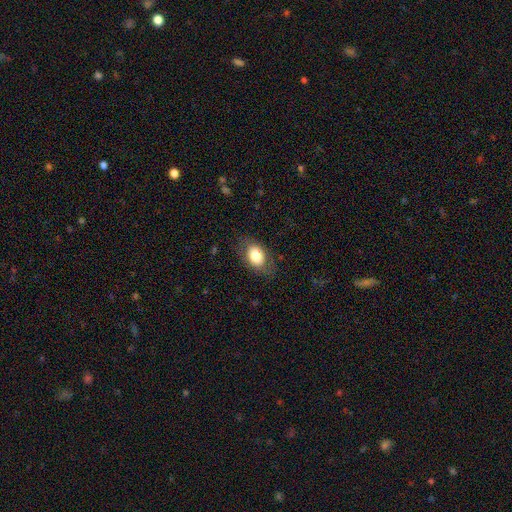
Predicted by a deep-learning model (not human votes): Smooth or featured? smooth (77%)
How rounded? in between (84%)
Merging? none (74%)